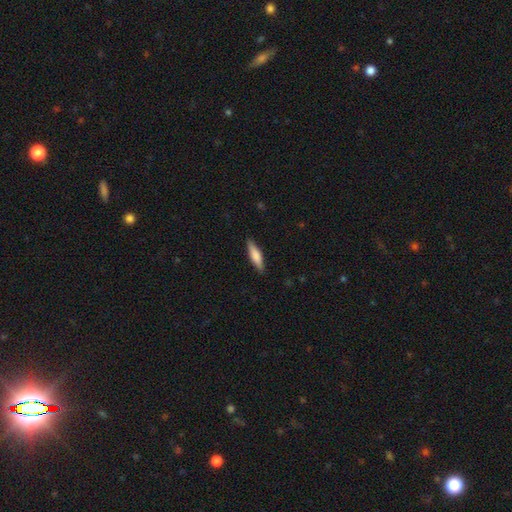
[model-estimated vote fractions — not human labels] Overall: smooth (72%). How rounded: cigar-shaped (69%; in between 29%). Merging: none (88%).